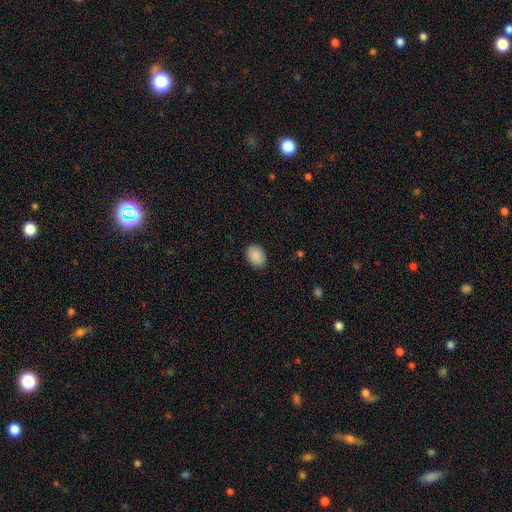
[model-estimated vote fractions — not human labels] Smooth or featured: smooth — 90% (star or artifact — 7%)
How rounded: in between — 74% (round — 25%)
Merging: none — 88% (minor disturbance — 9%)